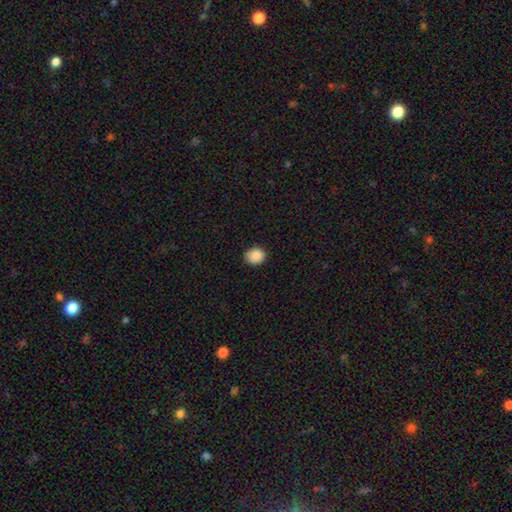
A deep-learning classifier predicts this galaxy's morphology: smooth 89%, star or artifact 8%, featured or disk 3%. Down the decision tree: how rounded — round (67%); merging — none (86%).